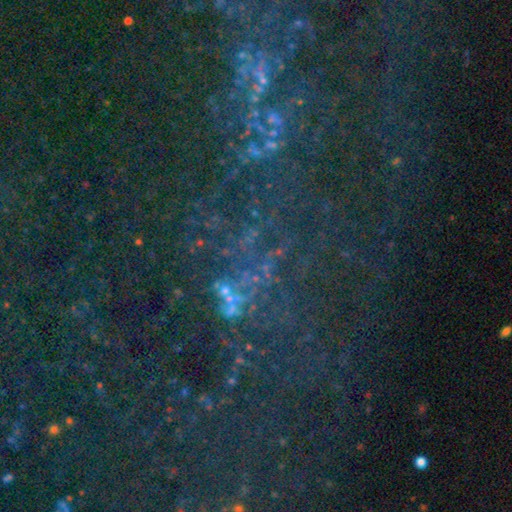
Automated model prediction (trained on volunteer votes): Smooth or featured?
  - star or artifact: 78% *
  - smooth: 11%
  - featured or disk: 11%